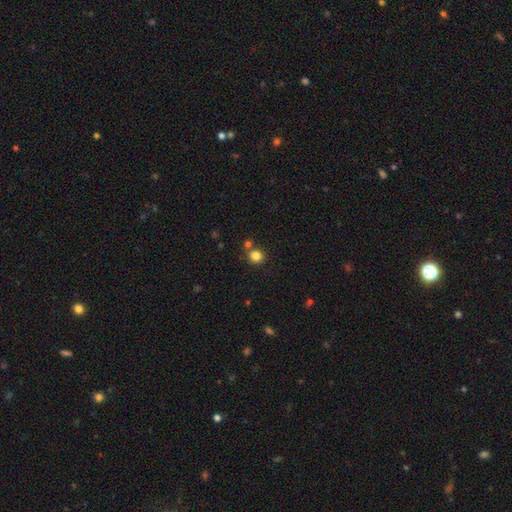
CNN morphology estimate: smooth 83%, star or artifact 12%, featured or disk 5%. Down the decision tree: how rounded — round (89%); merging — none (74%).